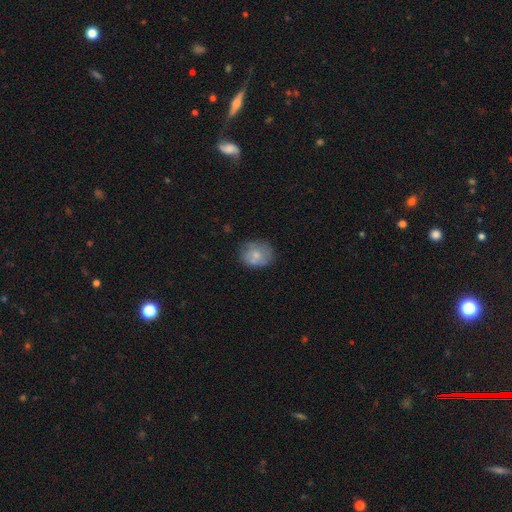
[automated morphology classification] Smooth or featured? Predicted: smooth (p=0.62). How rounded? Predicted: round (p=0.59). Merging? Predicted: none (p=0.59).